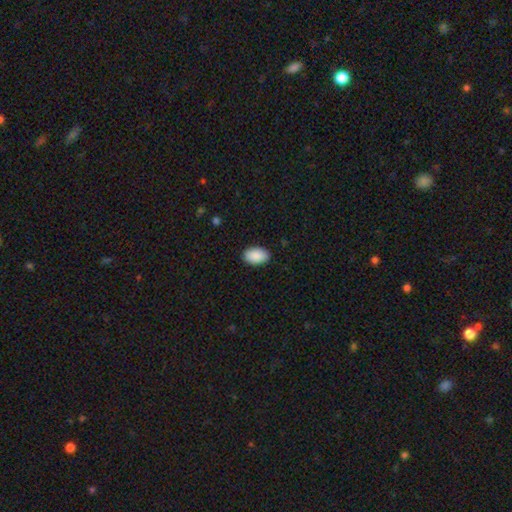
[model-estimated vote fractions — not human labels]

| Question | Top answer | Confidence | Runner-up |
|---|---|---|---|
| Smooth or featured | smooth | 90% | star or artifact (6%) |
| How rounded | in between | 94% | round (5%) |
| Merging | none | 89% | minor disturbance (9%) |